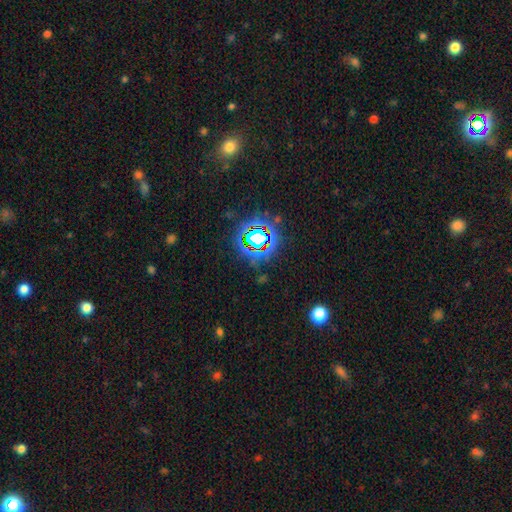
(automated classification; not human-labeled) Q: Smooth or featured?
A: star or artifact (76%); runner-up: smooth (15%)